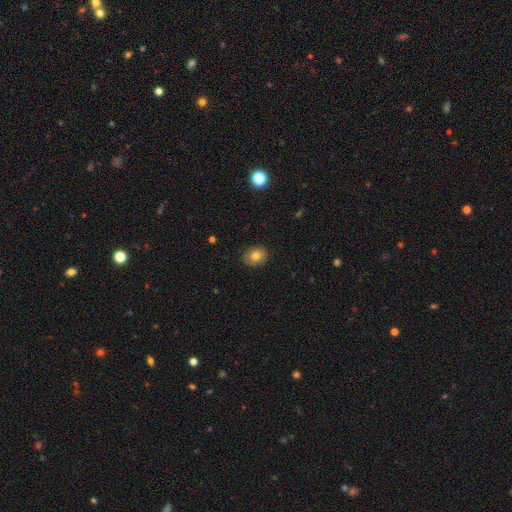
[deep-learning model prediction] Smooth or featured: smooth — 79% (featured or disk — 12%)
How rounded: round — 52% (in between — 47%)
Merging: none — 87% (minor disturbance — 10%)